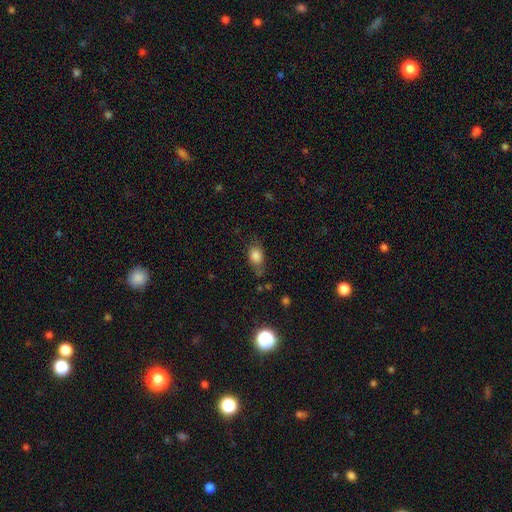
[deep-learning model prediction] A smooth galaxy with no disk features (81%) that is in between round and cigar-shaped (76%). Merging: none (64%).